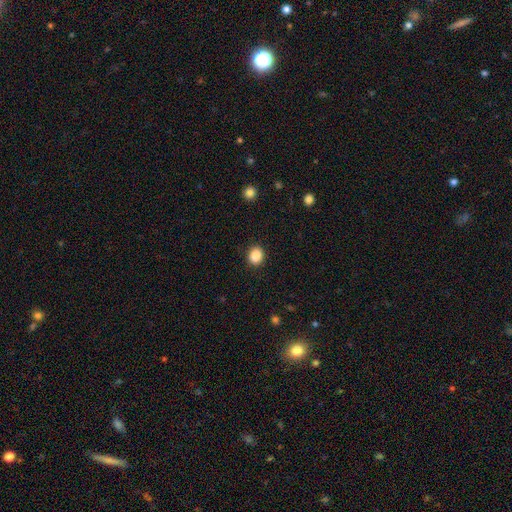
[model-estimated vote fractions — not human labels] smooth 88%, star or artifact 9%, featured or disk 3%. Down the decision tree: how rounded — round (62%); merging — none (90%).